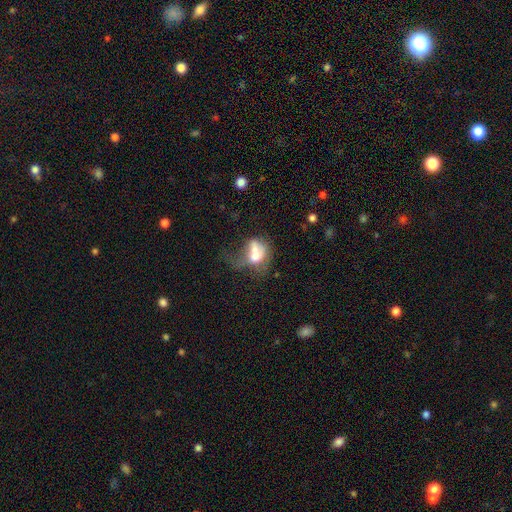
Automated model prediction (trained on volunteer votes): smooth-or-featured: smooth: 55% | featured or disk: 33% | star or artifact: 12%
  how-rounded: in between: 68% | round: 28% | cigar-shaped: 4%
  merging: major disturbance: 41% | merger: 27% | none: 17% | minor disturbance: 16%